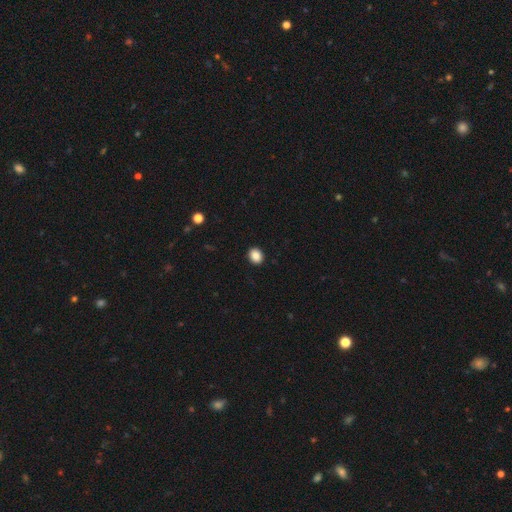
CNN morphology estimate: smooth_or_featured: smooth (p=0.88) [alt: star or artifact p=0.09]
how_rounded: round (p=0.58) [alt: in between p=0.41]
merging: none (p=0.92) [alt: minor disturbance p=0.06]